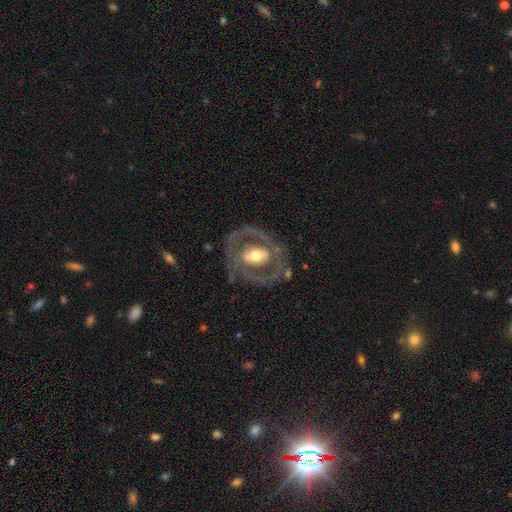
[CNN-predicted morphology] A featured or disk galaxy (71%) with no bar (50%), no spiral arms (65%) and a moderate central bulge (66%). Merging: none (73%).